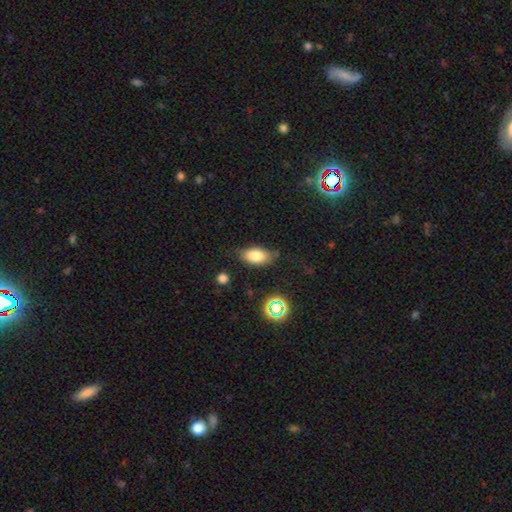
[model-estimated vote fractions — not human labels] This is likely a smooth galaxy (78%). How rounded: clearly in between (88%). Merging: likely none (75%).